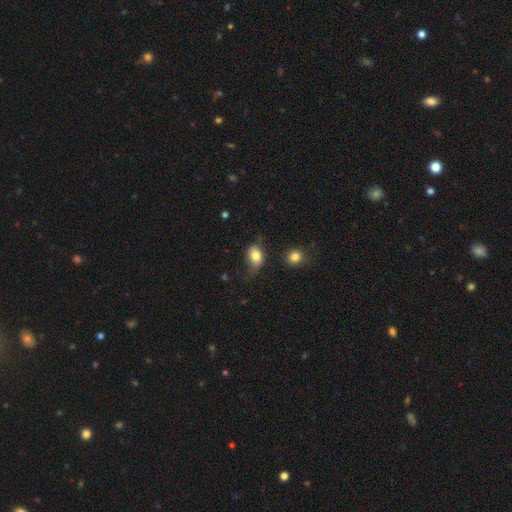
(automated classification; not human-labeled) smooth-or-featured: smooth: 80% | featured or disk: 11% | star or artifact: 9%
  how-rounded: in between: 73% | round: 26% | cigar-shaped: 1%
  merging: none: 51% | minor disturbance: 34% | major disturbance: 12% | merger: 3%